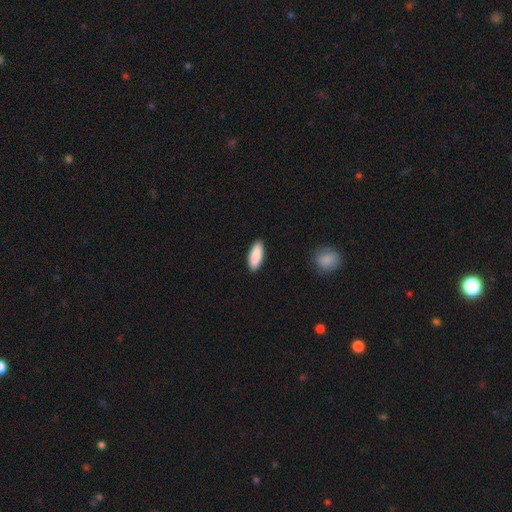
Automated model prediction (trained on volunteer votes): The model was most divided on "how rounded": in between: 75%, cigar-shaped: 23%, round: 2%. More confident: smooth or featured — smooth (90%); merging — none (89%).